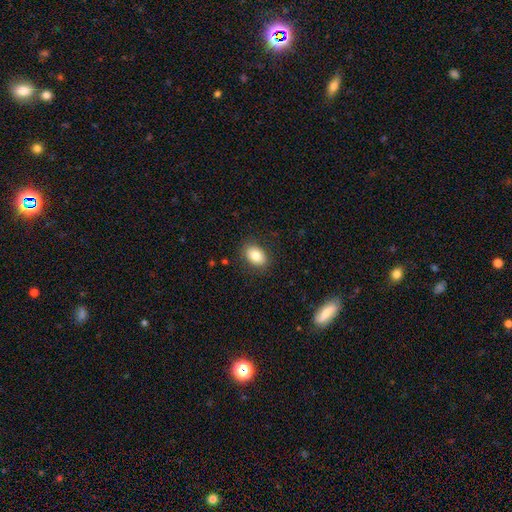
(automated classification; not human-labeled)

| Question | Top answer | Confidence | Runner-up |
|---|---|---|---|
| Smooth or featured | smooth | 81% | featured or disk (10%) |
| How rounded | in between | 78% | round (20%) |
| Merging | none | 87% | minor disturbance (10%) |